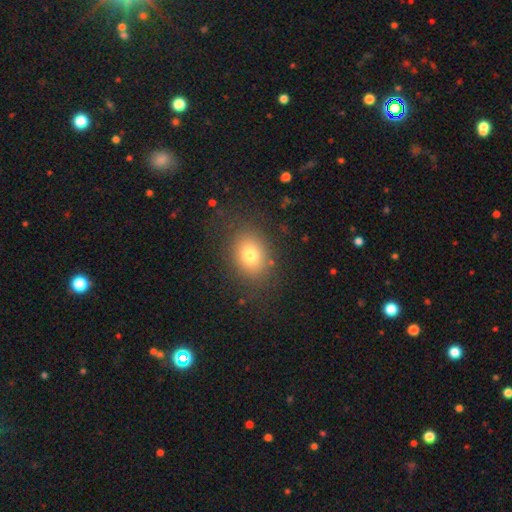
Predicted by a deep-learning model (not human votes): The model was most divided on "how rounded": in between: 56%, round: 43%, cigar-shaped: 1%. More confident: merging — none (83%); smooth or featured — smooth (75%).